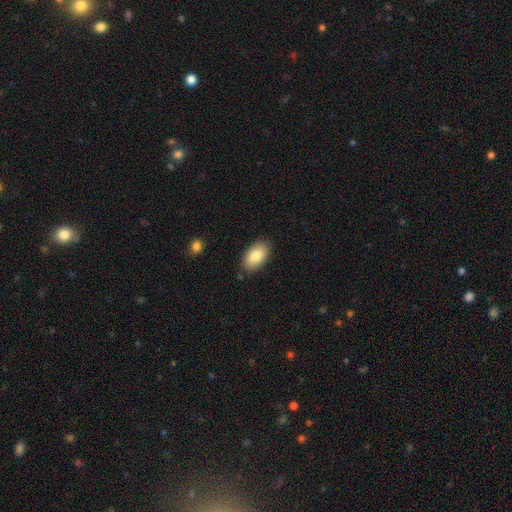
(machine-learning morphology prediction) smooth_or_featured: smooth (p=0.83) [alt: featured or disk p=0.10]
how_rounded: in between (p=0.94) [alt: round p=0.04]
merging: none (p=0.86) [alt: minor disturbance p=0.10]